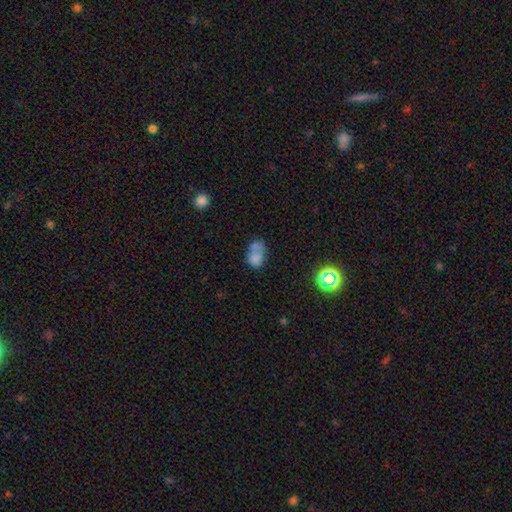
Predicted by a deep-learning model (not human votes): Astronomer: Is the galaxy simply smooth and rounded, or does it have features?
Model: smooth — 68%.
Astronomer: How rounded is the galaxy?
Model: in between — 71%.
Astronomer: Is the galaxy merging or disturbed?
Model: merger — 36% (runner-up: none, 31%).